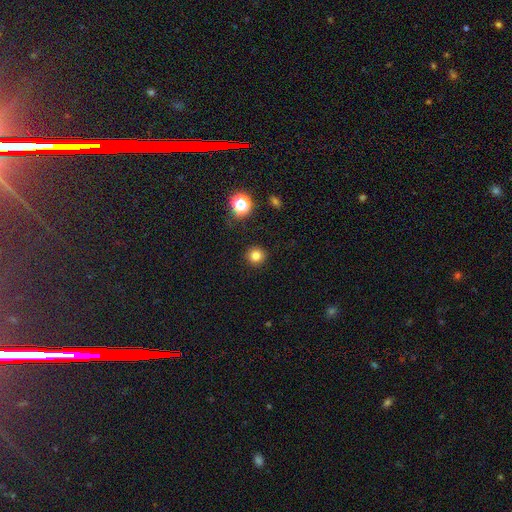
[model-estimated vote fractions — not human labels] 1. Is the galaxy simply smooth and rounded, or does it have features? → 80% smooth, 15% star or artifact, 5% featured or disk.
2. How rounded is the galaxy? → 94% round, 5% in between, 1% cigar-shaped.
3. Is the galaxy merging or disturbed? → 91% none, 5% minor disturbance, 2% major disturbance, 1% merger.